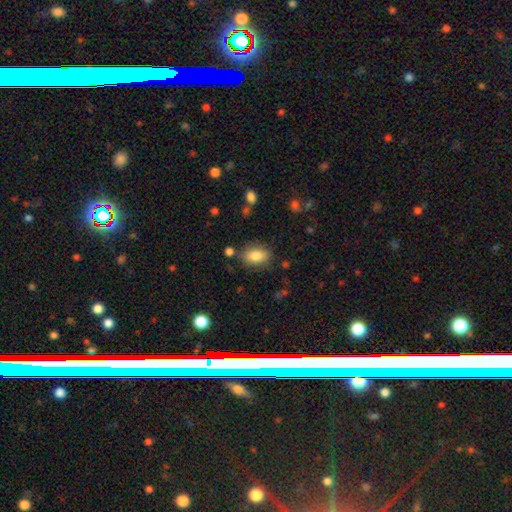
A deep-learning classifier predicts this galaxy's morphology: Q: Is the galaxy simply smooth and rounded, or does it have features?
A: smooth — 84%.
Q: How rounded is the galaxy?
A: in between — 86%.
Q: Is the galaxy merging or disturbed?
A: none — 77%.